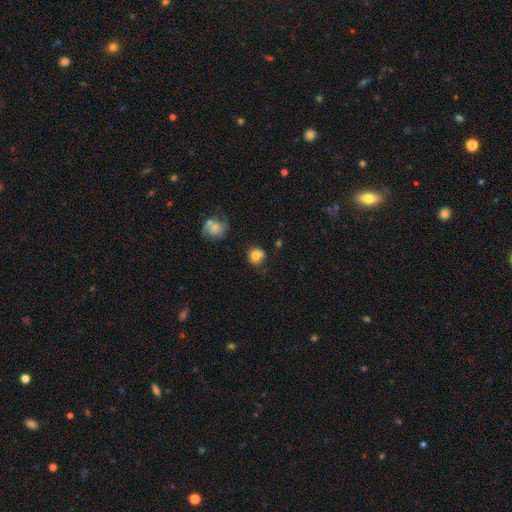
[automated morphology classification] This appears to be a smooth galaxy with no disk features (77%) that is round (77%). Merging: none (56%).